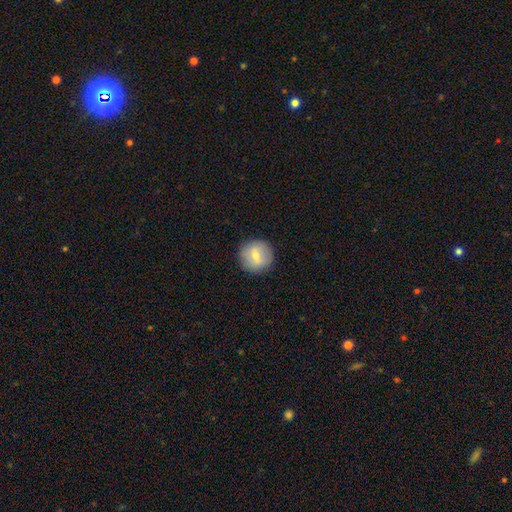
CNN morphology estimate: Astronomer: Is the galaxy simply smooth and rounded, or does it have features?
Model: smooth — 66%.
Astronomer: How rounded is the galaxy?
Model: round — 94%.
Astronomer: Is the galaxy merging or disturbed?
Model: none — 90%.